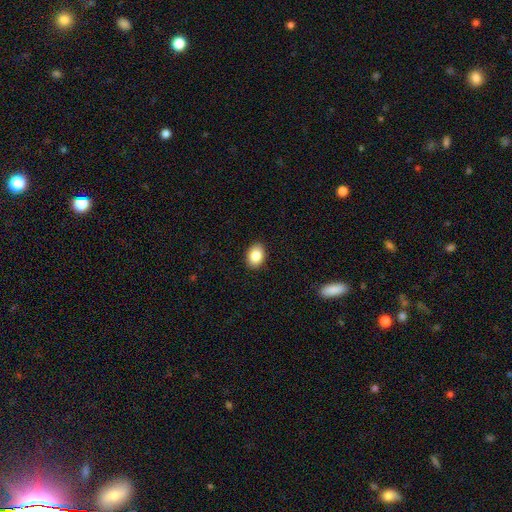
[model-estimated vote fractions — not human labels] Morphology: type=smooth (86%); roundness=in between (73%); merging=none (90%).